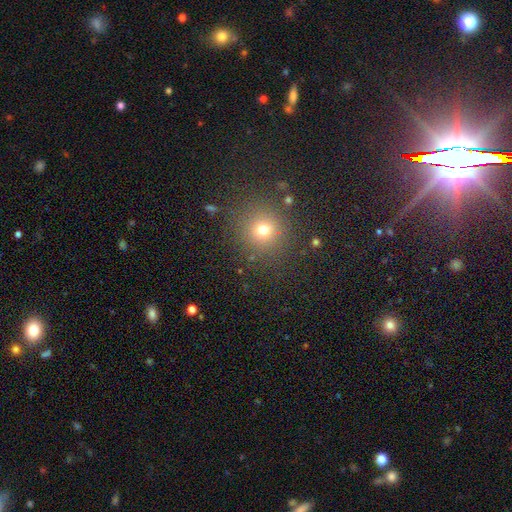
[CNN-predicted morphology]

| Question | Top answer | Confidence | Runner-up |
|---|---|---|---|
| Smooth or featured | smooth | 64% | star or artifact (29%) |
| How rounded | round | 93% | in between (6%) |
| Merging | none | 88% | minor disturbance (7%) |